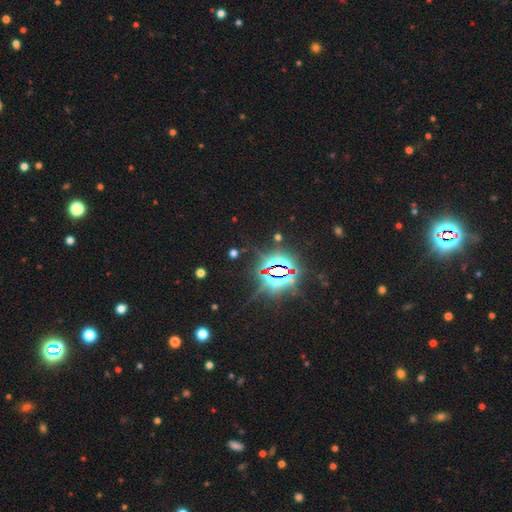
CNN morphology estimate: This is clearly a star or artifact rather than a galaxy (85%).